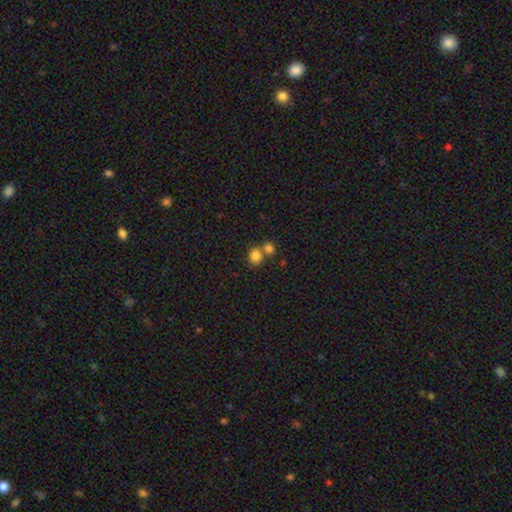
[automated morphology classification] Smooth or featured?
  - smooth: 83% *
  - star or artifact: 11%
  - featured or disk: 7%
How rounded?
  - round: 78% *
  - in between: 21%
  - cigar-shaped: 1%
Merging?
  - none: 49% *
  - merger: 40%
  - minor disturbance: 7%
  - major disturbance: 3%